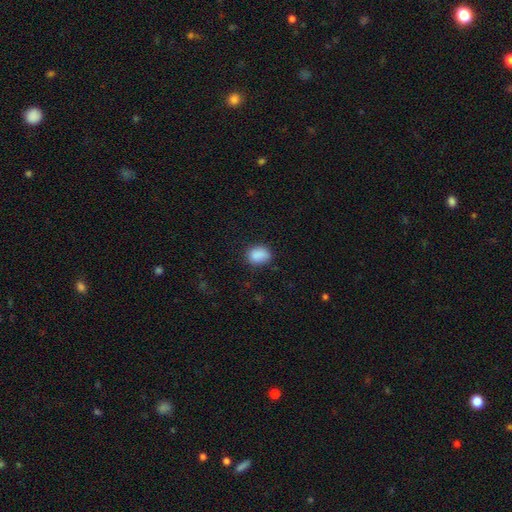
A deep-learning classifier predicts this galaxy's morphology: Smooth or featured?
  - smooth: 87% *
  - star or artifact: 9%
  - featured or disk: 4%
How rounded?
  - in between: 54% *
  - round: 45%
  - cigar-shaped: 1%
Merging?
  - none: 77% *
  - minor disturbance: 18%
  - major disturbance: 4%
  - merger: 1%